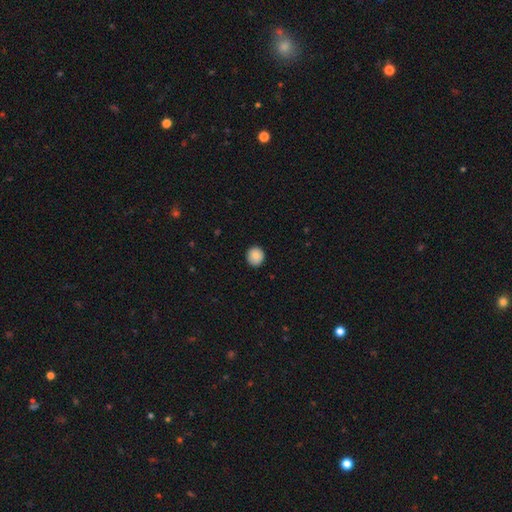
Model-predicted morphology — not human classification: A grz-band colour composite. It shows a smooth galaxy with no disk features (86%) that is round (88%). Merging: none (89%).